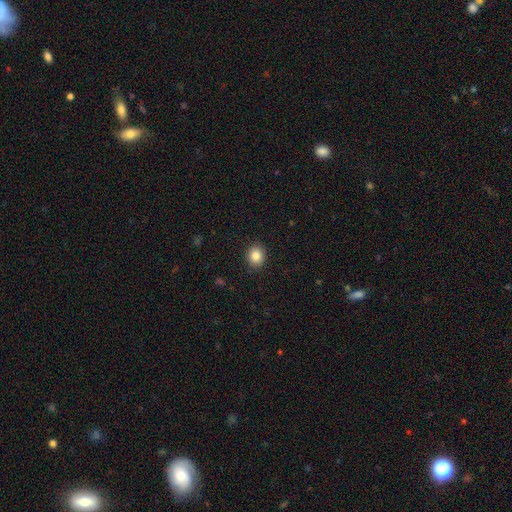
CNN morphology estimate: Smooth or featured? smooth (85%)
How rounded? round (72%)
Merging? none (91%)